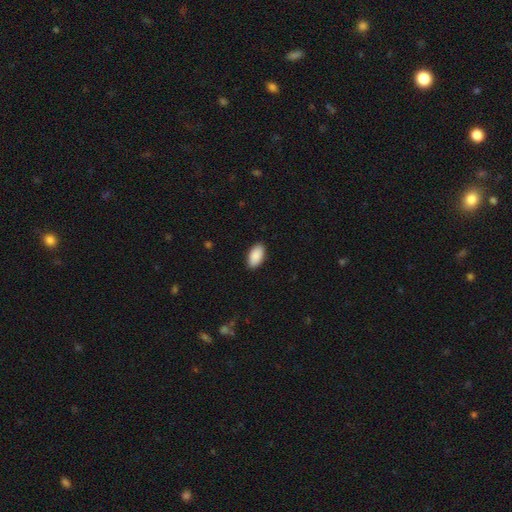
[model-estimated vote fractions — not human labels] The model was most divided on "merging": none: 89%, minor disturbance: 8%, major disturbance: 2%, merger: 1%. More confident: how rounded — in between (95%); smooth or featured — smooth (91%).